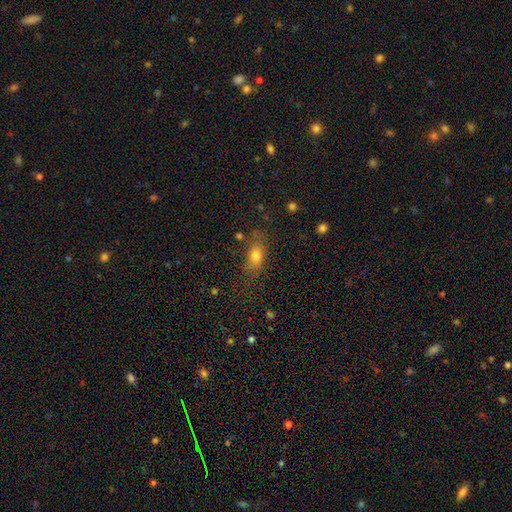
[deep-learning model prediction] smooth 74%, featured or disk 14%, star or artifact 12%. Down the decision tree: how rounded — in between (75%); merging — none (68%).